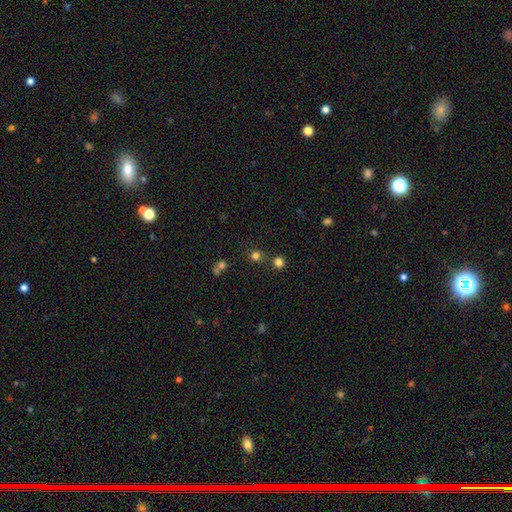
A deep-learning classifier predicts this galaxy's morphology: smooth_or_featured: smooth (p=0.74) [alt: star or artifact p=0.20]
how_rounded: round (p=0.91) [alt: in between p=0.08]
merging: none (p=0.77) [alt: merger p=0.13]